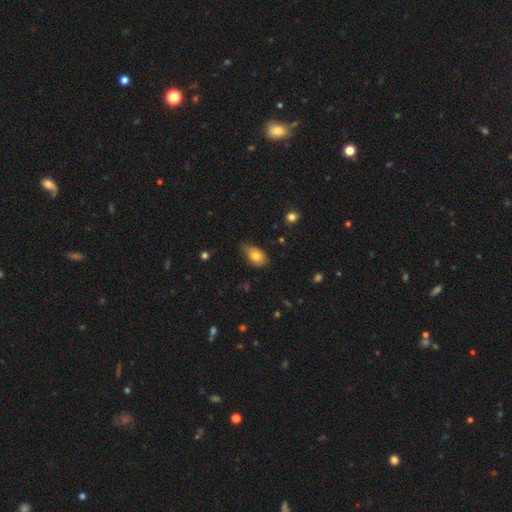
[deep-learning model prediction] The model was most divided on "merging": none: 54%, minor disturbance: 38%, major disturbance: 7%, merger: 2%. More confident: how rounded — in between (86%); smooth or featured — smooth (79%).